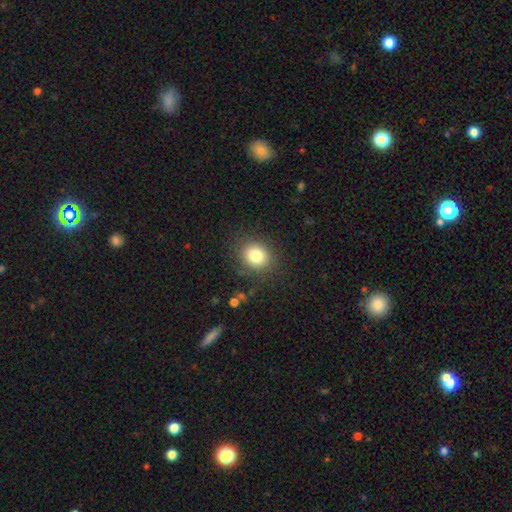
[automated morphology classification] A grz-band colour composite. It shows a smooth galaxy with no disk features (81%) that is round (74%). Merging: none (86%).